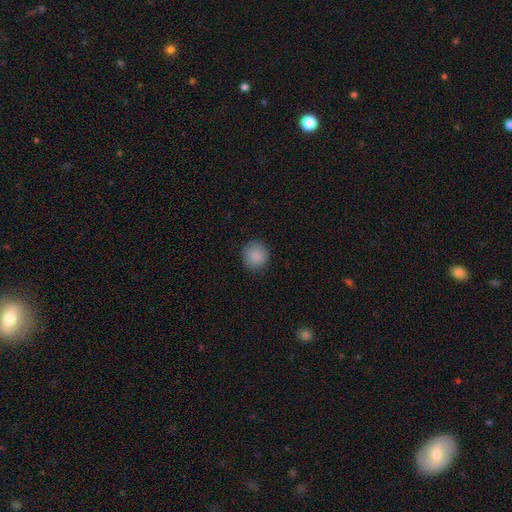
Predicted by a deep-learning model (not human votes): smooth_or_featured: smooth (p=0.88) [alt: star or artifact p=0.08]
how_rounded: round (p=0.92) [alt: in between p=0.07]
merging: none (p=0.89) [alt: minor disturbance p=0.08]